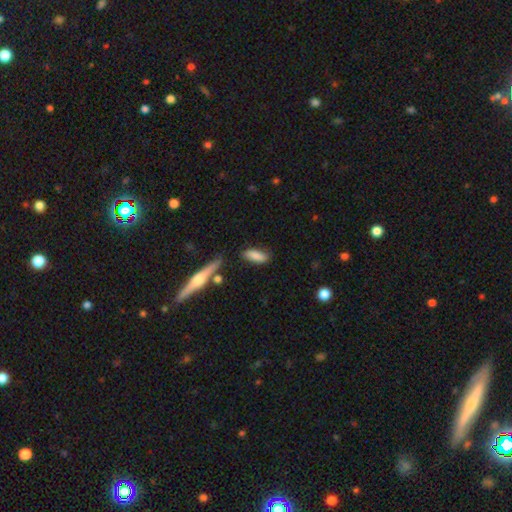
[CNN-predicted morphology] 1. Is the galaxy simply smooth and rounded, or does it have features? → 82% smooth, 11% featured or disk, 7% star or artifact.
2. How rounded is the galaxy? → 61% in between, 37% cigar-shaped, 2% round.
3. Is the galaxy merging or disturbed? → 75% none, 16% minor disturbance, 5% merger, 4% major disturbance.